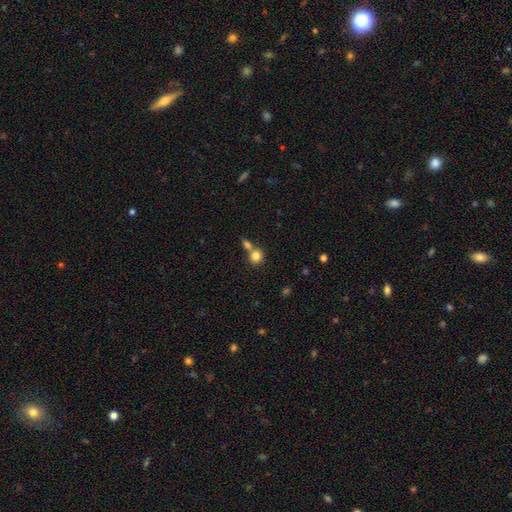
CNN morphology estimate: Overall: smooth (83%). How rounded: round (84%). Merging: none (49%; merger 41%).